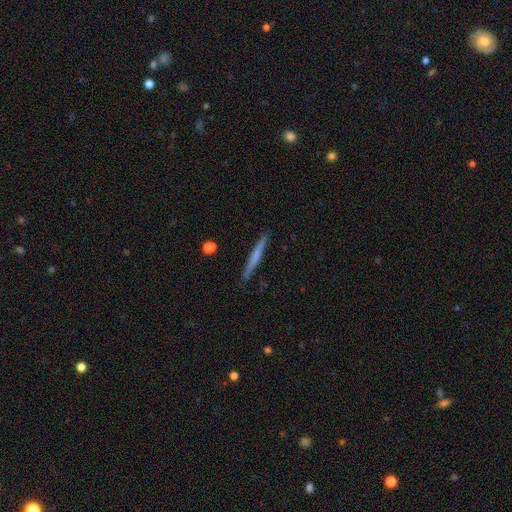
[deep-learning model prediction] A smooth galaxy with no disk features (51%) that is cigar-shaped (96%). Merging: none (91%).